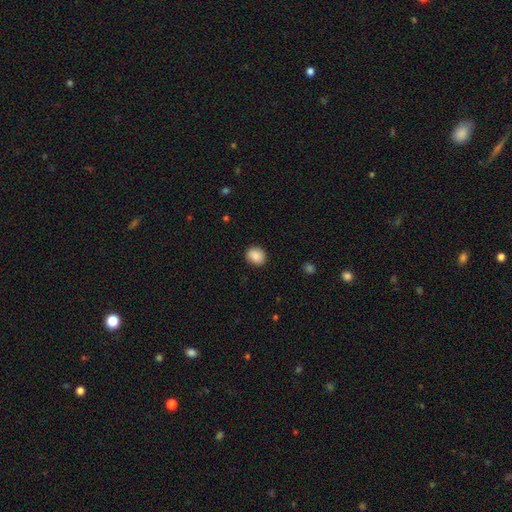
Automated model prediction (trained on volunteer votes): Smooth or featured? Predicted: smooth (p=0.86). How rounded? Predicted: round (p=0.67). Merging? Predicted: none (p=0.87).